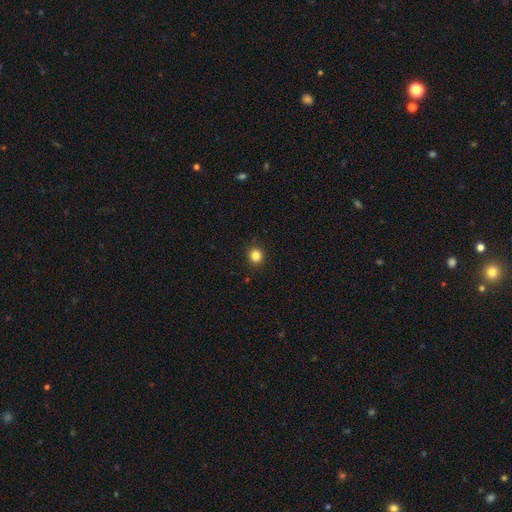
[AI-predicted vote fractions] Smooth or featured? Predicted: smooth (p=0.84). How rounded? Predicted: round (p=0.90). Merging? Predicted: none (p=0.92).